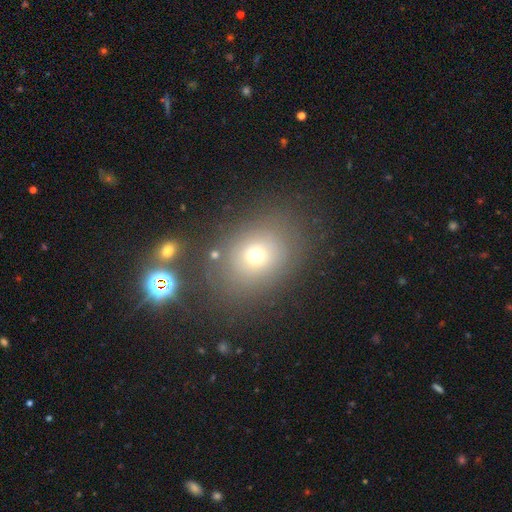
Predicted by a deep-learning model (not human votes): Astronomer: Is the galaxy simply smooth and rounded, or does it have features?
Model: smooth — 64%.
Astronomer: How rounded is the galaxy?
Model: round — 52% (runner-up: in between, 47%).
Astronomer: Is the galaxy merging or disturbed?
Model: none — 75%.